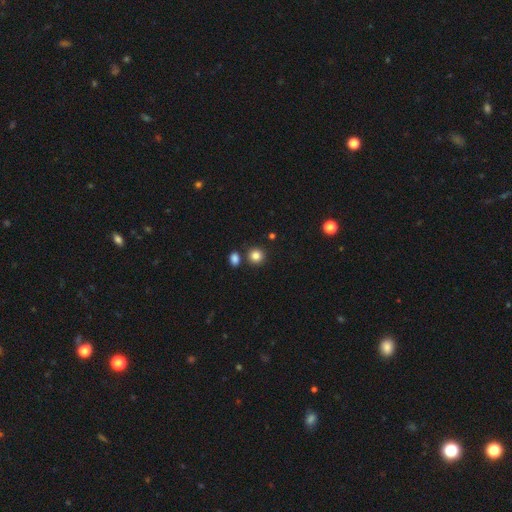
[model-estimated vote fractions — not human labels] smooth 84%, star or artifact 11%, featured or disk 5%. Down the decision tree: how rounded — round (90%); merging — none (81%).